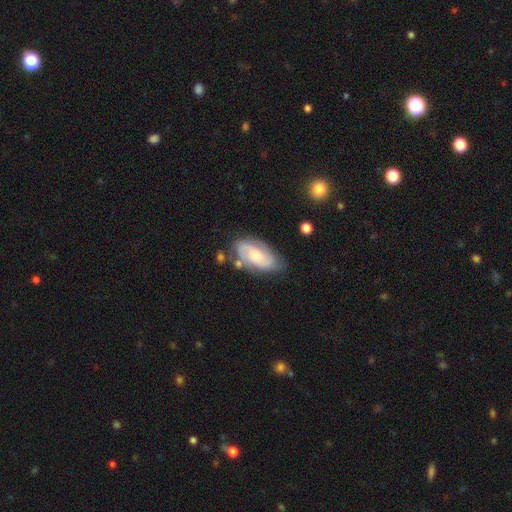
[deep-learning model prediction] Q: Smooth or featured?
A: featured or disk (62%); runner-up: smooth (31%)
Q: Edge-on disk?
A: no (94%); runner-up: yes (6%)
Q: Bar?
A: no (63%); runner-up: weak (31%)
Q: Spiral arms?
A: yes (89%); runner-up: no (11%)
Q: Spiral winding?
A: medium (43%); runner-up: tight (40%)
Q: Spiral arm count?
A: 2 (64%); runner-up: can't tell (20%)
Q: Bulge size?
A: moderate (44%); runner-up: small (43%)
Q: Merging?
A: none (64%); runner-up: minor disturbance (22%)